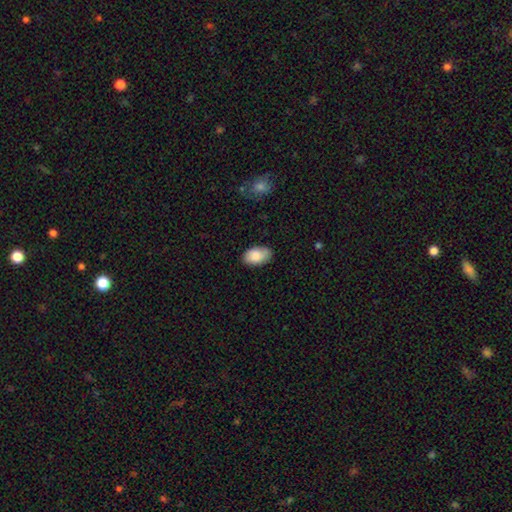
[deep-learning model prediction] Morphology: type=smooth (86%); roundness=in between (93%); merging=none (80%).